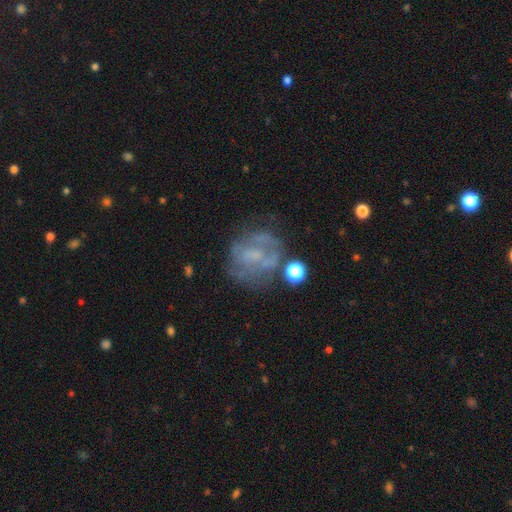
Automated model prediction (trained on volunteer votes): Morphology: type=featured or disk (58%); edge-on=no (97%); bar=no (55%); spiral arms=no (51%); bulge=small (42%); merging=none (52%).